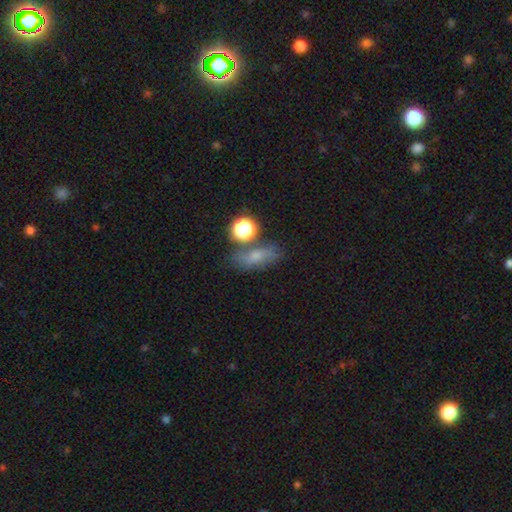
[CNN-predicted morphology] Smooth or featured?
  - smooth: 62% *
  - featured or disk: 21%
  - star or artifact: 17%
How rounded?
  - in between: 59% *
  - round: 23%
  - cigar-shaped: 18%
Merging?
  - none: 55% *
  - minor disturbance: 20%
  - merger: 14%
  - major disturbance: 11%